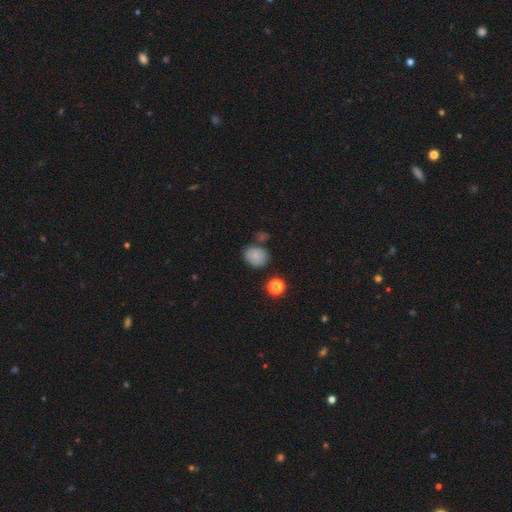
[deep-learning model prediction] Morphology: type=smooth (80%); roundness=round (67%); merging=none (71%).